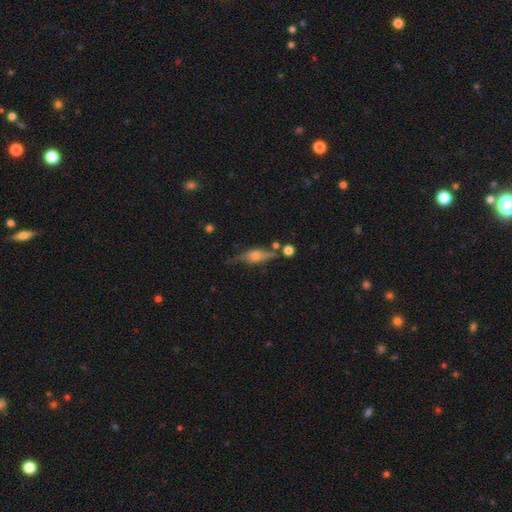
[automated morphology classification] Smooth or featured? Predicted: featured or disk (p=0.46, tied with smooth). Merging? Predicted: none (p=0.54).